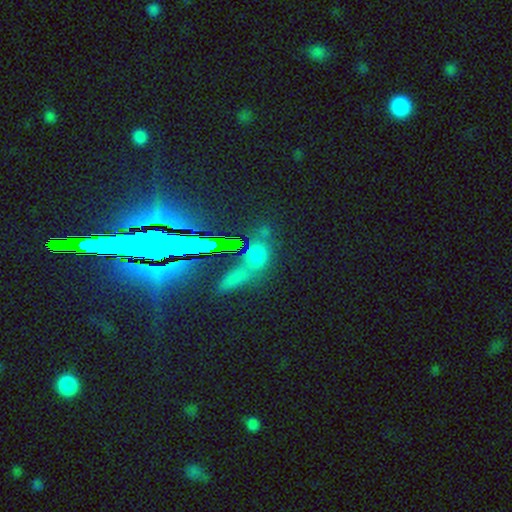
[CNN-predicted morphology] Overall: smooth (49%; star or artifact 39%). Merging: none (63%).